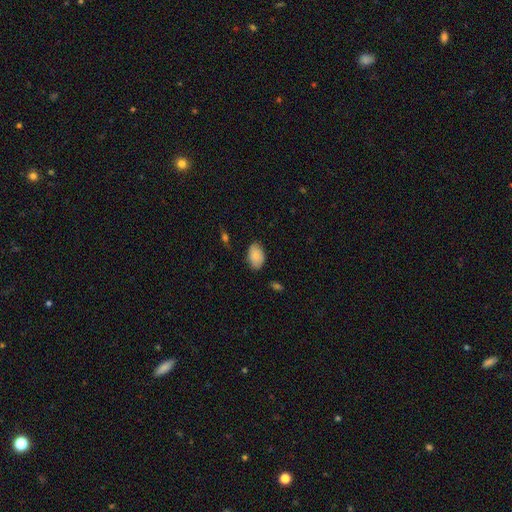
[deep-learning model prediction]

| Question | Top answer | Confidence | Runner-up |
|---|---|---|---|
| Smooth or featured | smooth | 86% | featured or disk (7%) |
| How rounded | in between | 91% | round (8%) |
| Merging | none | 80% | minor disturbance (16%) |